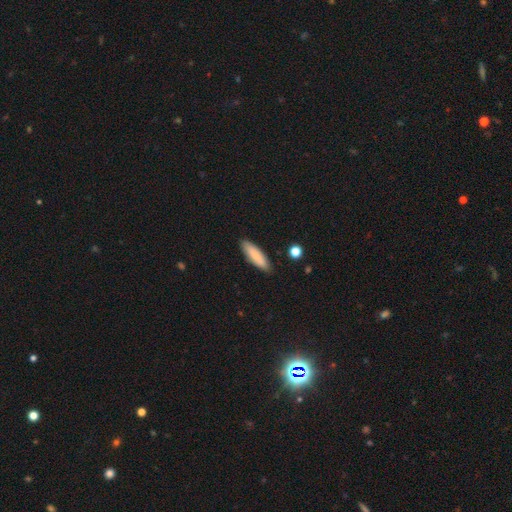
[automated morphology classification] A smooth galaxy with no disk features (78%) that is cigar-shaped (54%).

Vote fractions:
- Smooth or featured? smooth: 78% / featured or disk: 16% / star or artifact: 6%
- How rounded? cigar-shaped: 54% / in between: 44% / round: 2%
- Merging? none: 86% / minor disturbance: 10% / major disturbance: 2% / merger: 2%